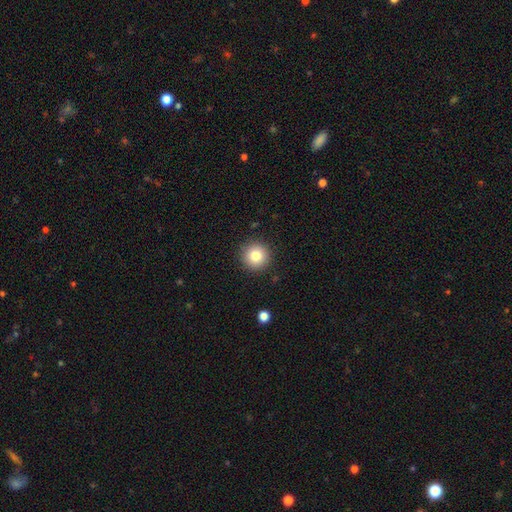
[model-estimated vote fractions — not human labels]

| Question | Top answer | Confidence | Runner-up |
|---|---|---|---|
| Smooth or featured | smooth | 81% | star or artifact (10%) |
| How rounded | round | 96% | in between (4%) |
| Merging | none | 90% | minor disturbance (6%) |